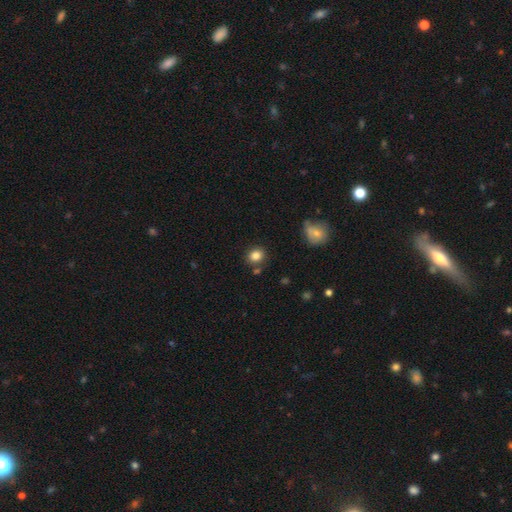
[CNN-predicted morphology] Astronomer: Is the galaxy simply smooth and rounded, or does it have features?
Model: smooth — 83%.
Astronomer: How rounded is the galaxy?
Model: round — 71%.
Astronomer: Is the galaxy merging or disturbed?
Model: none — 81%.